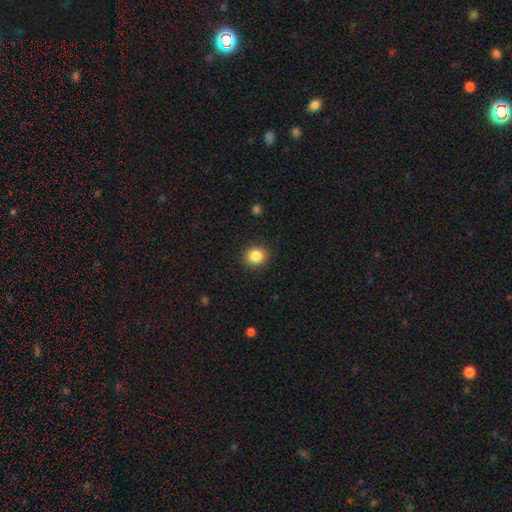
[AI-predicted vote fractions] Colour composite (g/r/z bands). It shows a smooth galaxy with no disk features (86%) that is round (85%). Merging: none (90%).